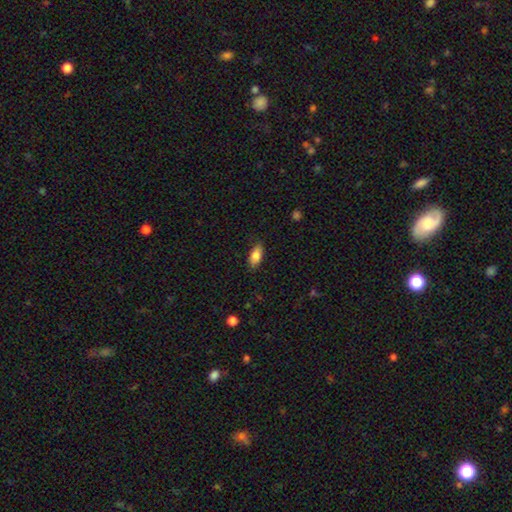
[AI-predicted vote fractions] Morphology: type=smooth (82%); roundness=in between (86%); merging=none (84%).